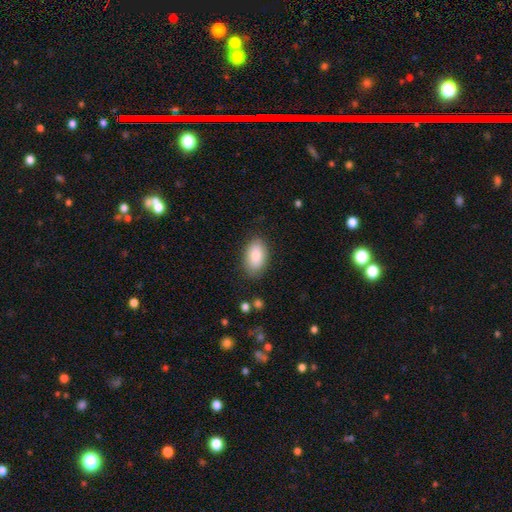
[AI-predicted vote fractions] smooth_or_featured: smooth (p=0.85) [alt: featured or disk p=0.09]
how_rounded: in between (p=0.93) [alt: round p=0.06]
merging: none (p=0.83) [alt: minor disturbance p=0.13]